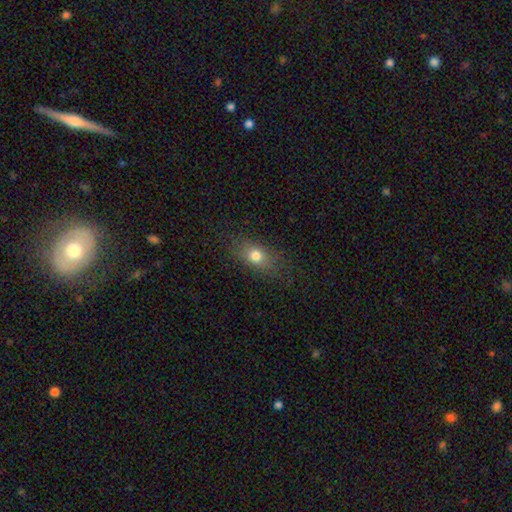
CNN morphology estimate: smooth 75%, featured or disk 13%, star or artifact 12%. Down the decision tree: how rounded — in between (66%); merging — none (81%).